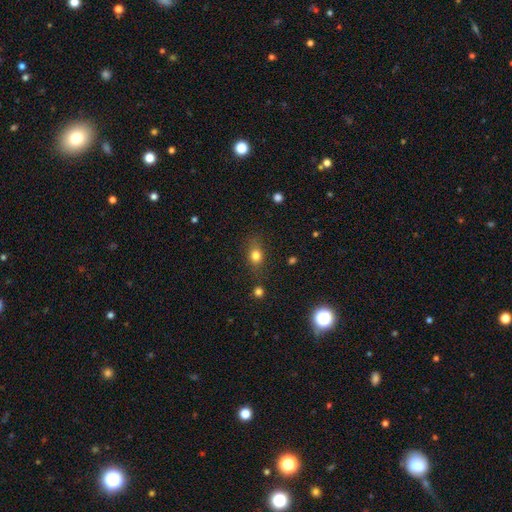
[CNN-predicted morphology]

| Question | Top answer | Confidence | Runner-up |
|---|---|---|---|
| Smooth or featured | smooth | 78% | star or artifact (13%) |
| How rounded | in between | 55% | round (42%) |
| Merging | none | 75% | minor disturbance (16%) |